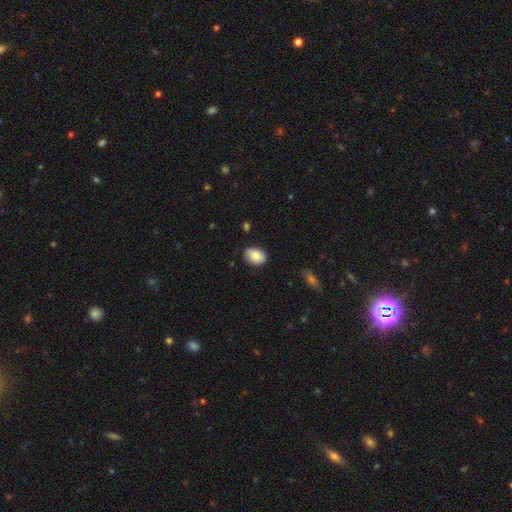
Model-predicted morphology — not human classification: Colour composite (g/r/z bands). It shows a smooth galaxy with no disk features (85%) that is in between round and cigar-shaped (71%). Merging: none (81%).